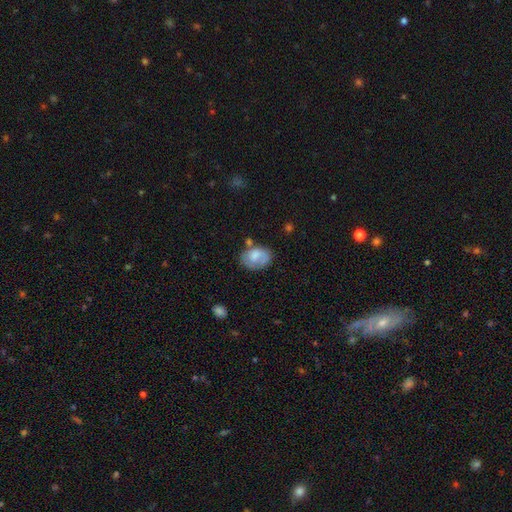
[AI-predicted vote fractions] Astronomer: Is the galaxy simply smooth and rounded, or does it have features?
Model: smooth — 67%.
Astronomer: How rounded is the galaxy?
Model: in between — 71%.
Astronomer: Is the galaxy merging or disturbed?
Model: none — 54%.